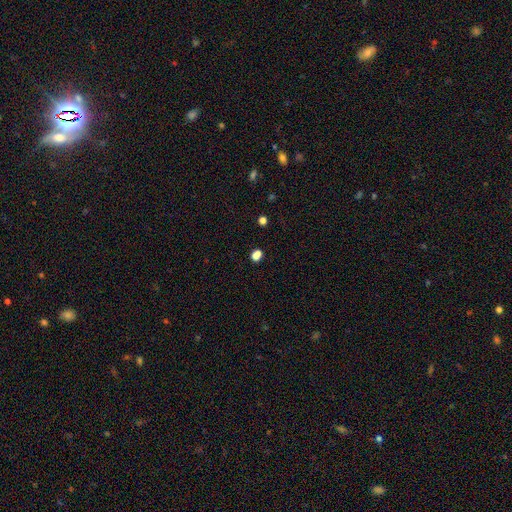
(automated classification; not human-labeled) Smooth or featured?
  - smooth: 72% *
  - star or artifact: 23%
  - featured or disk: 5%
How rounded?
  - round: 51% *
  - in between: 47%
  - cigar-shaped: 2%
Merging?
  - none: 79% *
  - minor disturbance: 11%
  - merger: 7%
  - major disturbance: 4%